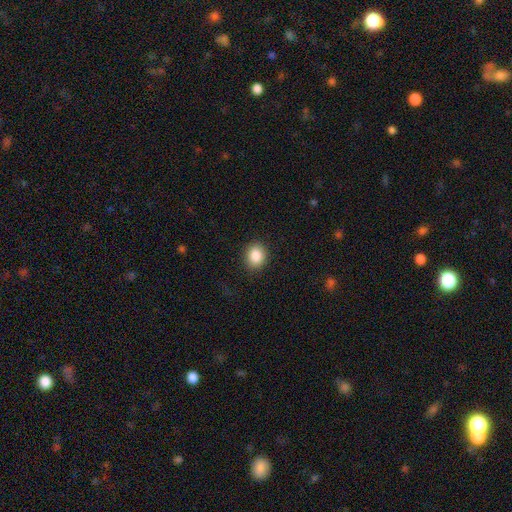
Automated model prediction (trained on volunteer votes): Smooth or featured? Predicted: smooth (p=0.87). How rounded? Predicted: round (p=0.65). Merging? Predicted: none (p=0.88).